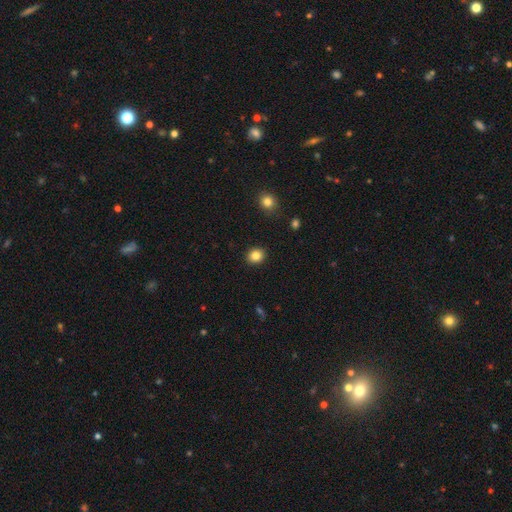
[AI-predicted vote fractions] The model was most divided on "how rounded": round: 75%, in between: 24%, cigar-shaped: 1%. More confident: merging — none (91%); smooth or featured — smooth (85%).